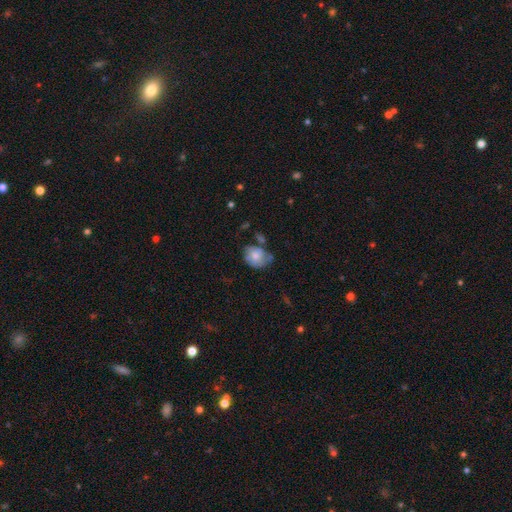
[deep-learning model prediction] This is likely a smooth galaxy (65%). How rounded: possibly in between (52%). Merging: marginally none (40%).